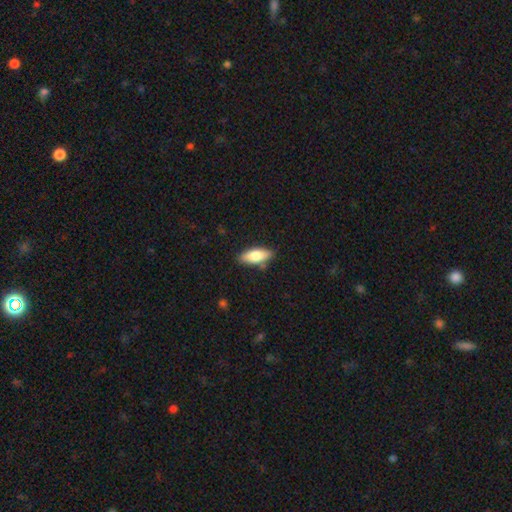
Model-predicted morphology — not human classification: smooth_or_featured: smooth (p=0.77) [alt: featured or disk p=0.17]
how_rounded: in between (p=0.77) [alt: cigar-shaped p=0.21]
merging: none (p=0.81) [alt: minor disturbance p=0.14]